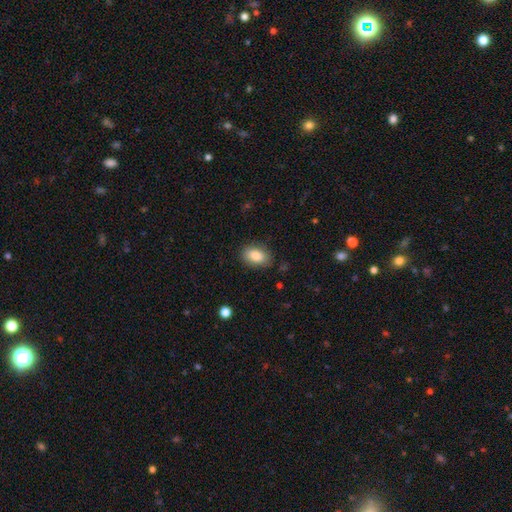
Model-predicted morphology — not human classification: A smooth galaxy with no disk features (86%) that is in between round and cigar-shaped (89%).

Vote fractions:
- Smooth or featured? smooth: 86% / star or artifact: 7% / featured or disk: 7%
- How rounded? in between: 89% / round: 10% / cigar-shaped: 2%
- Merging? none: 84% / minor disturbance: 12% / major disturbance: 3% / merger: 1%